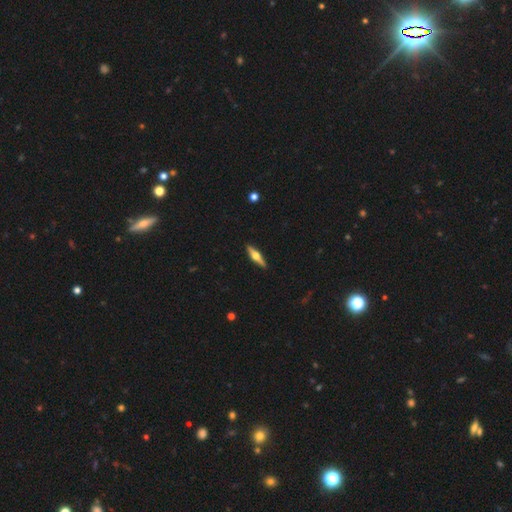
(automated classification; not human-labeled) smooth_or_featured: featured or disk (p=0.68) [alt: smooth p=0.27]
disk_edge_on: yes (p=0.97) [alt: no p=0.03]
edge_on_bulge: rounded (p=0.95) [alt: boxy p=0.03]
merging: none (p=0.91) [alt: minor disturbance p=0.06]